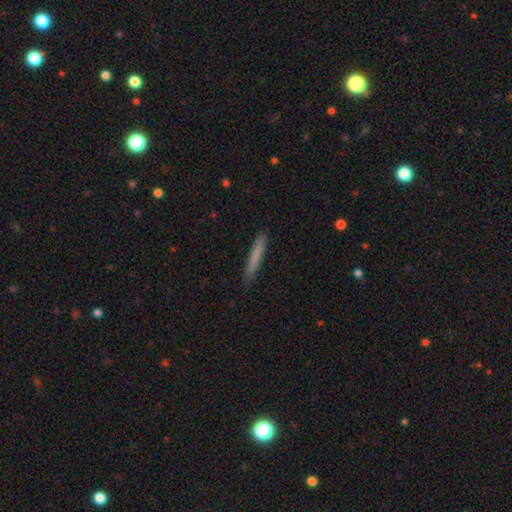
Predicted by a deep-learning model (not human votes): smooth_or_featured: smooth (p=0.76) [alt: featured or disk p=0.18]
how_rounded: cigar-shaped (p=0.96) [alt: in between p=0.03]
merging: none (p=0.87) [alt: minor disturbance p=0.10]